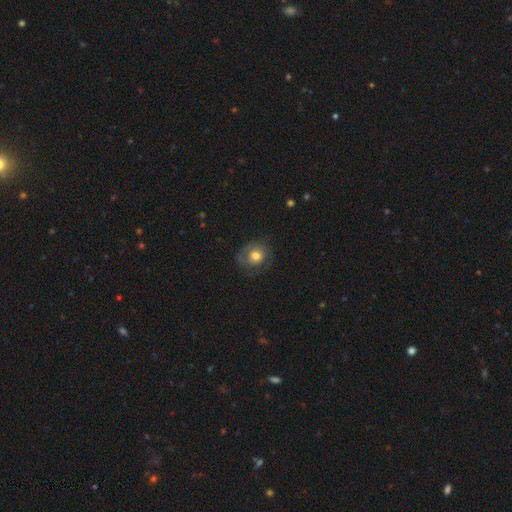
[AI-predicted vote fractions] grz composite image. It shows a smooth galaxy with no disk features (63%) that is round (75%). Merging: none (70%).